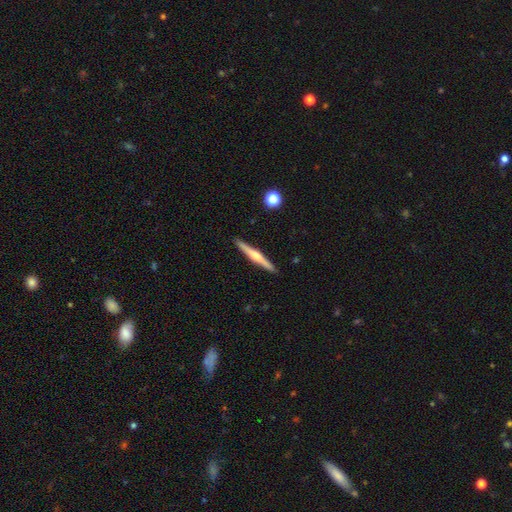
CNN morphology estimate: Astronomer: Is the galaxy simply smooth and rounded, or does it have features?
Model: featured or disk — 69%.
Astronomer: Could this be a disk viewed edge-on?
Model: yes — 98%.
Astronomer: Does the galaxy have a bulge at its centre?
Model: rounded — 83%.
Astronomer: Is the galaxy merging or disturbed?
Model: none — 92%.